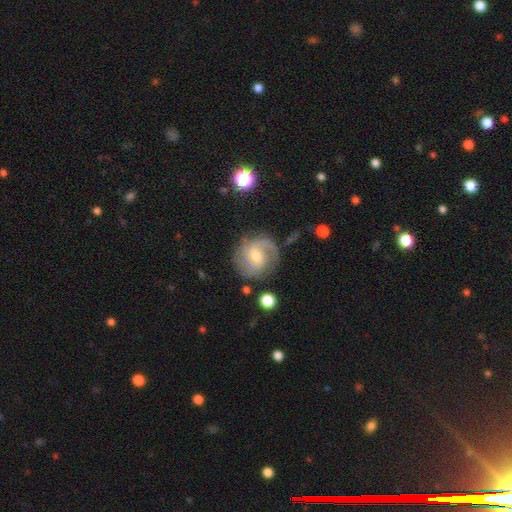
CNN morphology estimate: This appears to be a featured or disk galaxy (82%) with a weak bar (48%), 2 (45%) medium (45%) spiral arms (96%) and a moderate central bulge (57%). Merging: none (75%).